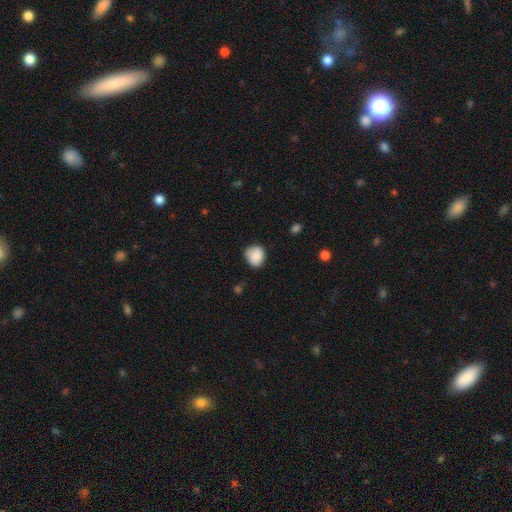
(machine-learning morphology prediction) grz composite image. It shows a smooth galaxy with no disk features (86%) that is round (70%). Merging: none (66%).